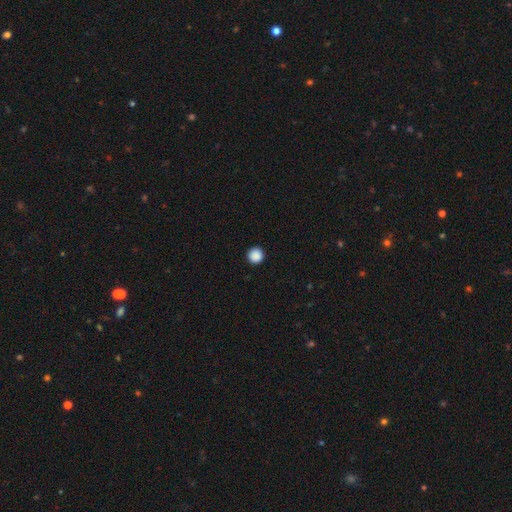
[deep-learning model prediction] Q: Smooth or featured?
A: smooth (89%); runner-up: star or artifact (9%)
Q: How rounded?
A: round (97%); runner-up: in between (3%)
Q: Merging?
A: none (94%); runner-up: minor disturbance (4%)